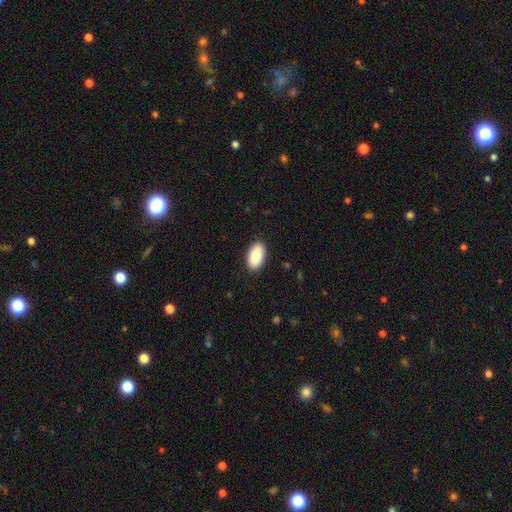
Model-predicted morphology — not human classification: The model was most divided on "smooth or featured": smooth: 82%, featured or disk: 12%, star or artifact: 6%. More confident: how rounded — in between (95%); merging — none (89%).